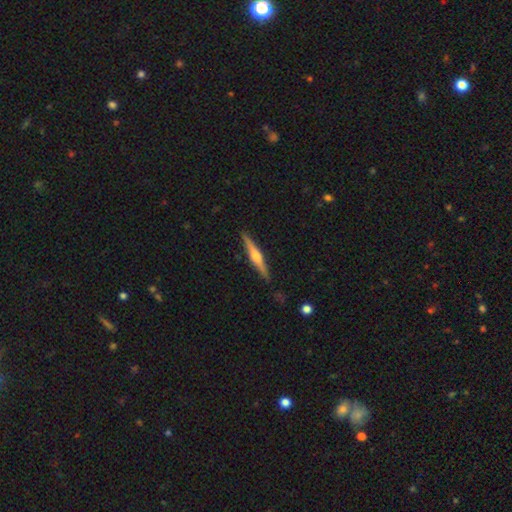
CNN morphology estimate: smooth_or_featured: featured or disk (p=0.74) [alt: smooth p=0.21]
disk_edge_on: yes (p=0.98) [alt: no p=0.02]
edge_on_bulge: rounded (p=0.87) [alt: boxy p=0.09]
merging: none (p=0.90) [alt: minor disturbance p=0.07]